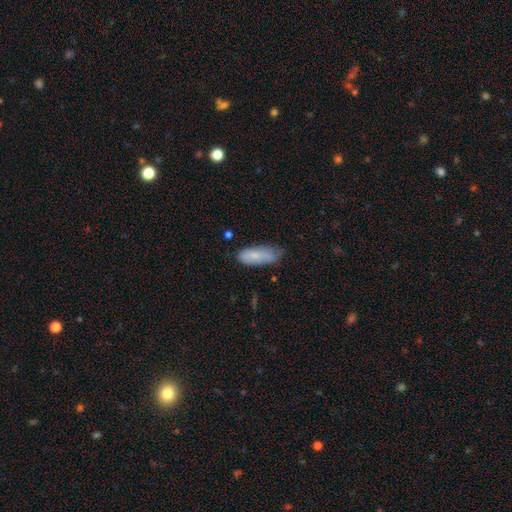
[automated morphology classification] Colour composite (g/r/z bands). It shows a smooth galaxy with no disk features (79%) that is in between round and cigar-shaped (76%). Merging: none (56%).